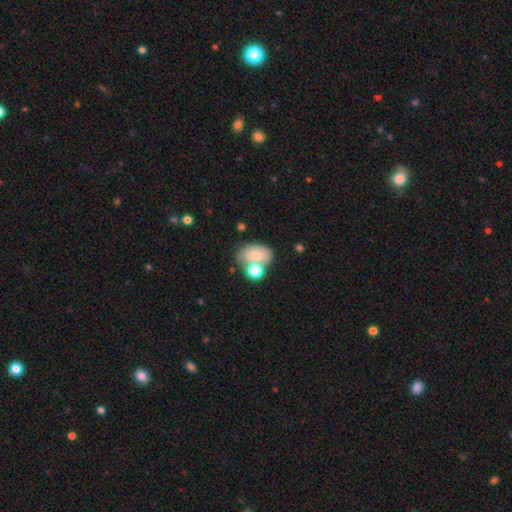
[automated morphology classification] smooth-or-featured: smooth: 67% | featured or disk: 23% | star or artifact: 10%
  how-rounded: in between: 78% | round: 20% | cigar-shaped: 1%
  merging: none: 40% | merger: 35% | minor disturbance: 17% | major disturbance: 8%